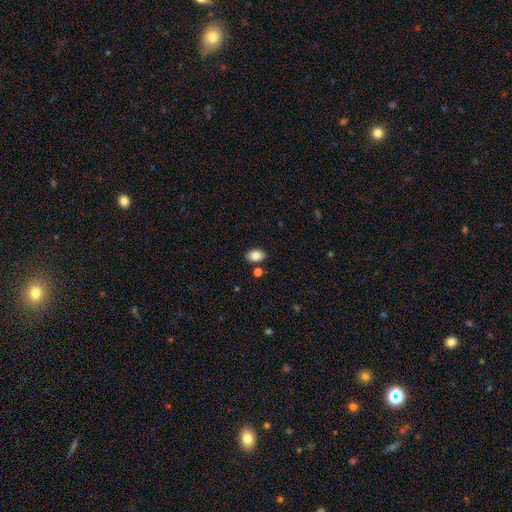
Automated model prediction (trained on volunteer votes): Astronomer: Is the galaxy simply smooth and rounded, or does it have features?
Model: smooth — 85%.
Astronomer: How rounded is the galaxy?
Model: in between — 87%.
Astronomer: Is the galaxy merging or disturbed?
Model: none — 83%.